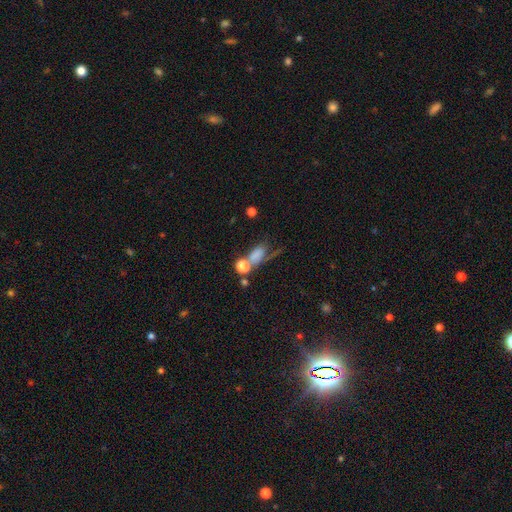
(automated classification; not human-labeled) smooth-or-featured: smooth: 70% | featured or disk: 17% | star or artifact: 14%
  how-rounded: in between: 71% | round: 23% | cigar-shaped: 6%
  merging: merger: 31% | none: 30% | major disturbance: 23% | minor disturbance: 16%